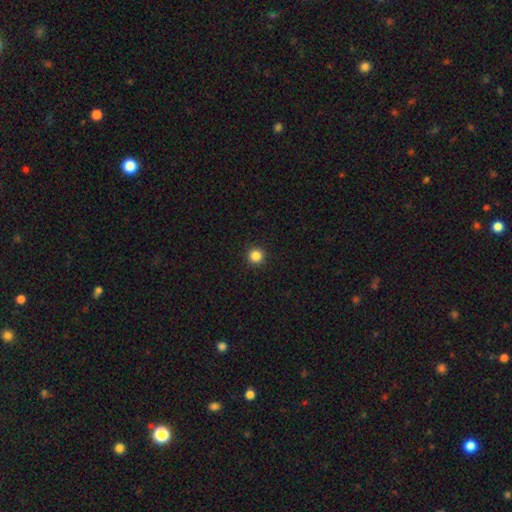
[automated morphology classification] Q: Smooth or featured?
A: smooth (84%); runner-up: star or artifact (12%)
Q: How rounded?
A: round (96%); runner-up: in between (3%)
Q: Merging?
A: none (93%); runner-up: minor disturbance (4%)